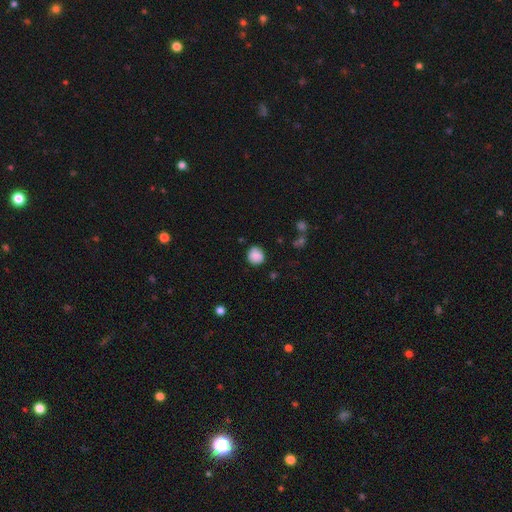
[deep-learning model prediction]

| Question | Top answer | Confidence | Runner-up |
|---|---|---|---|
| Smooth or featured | smooth | 87% | star or artifact (9%) |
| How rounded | round | 86% | in between (13%) |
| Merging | none | 82% | minor disturbance (13%) |